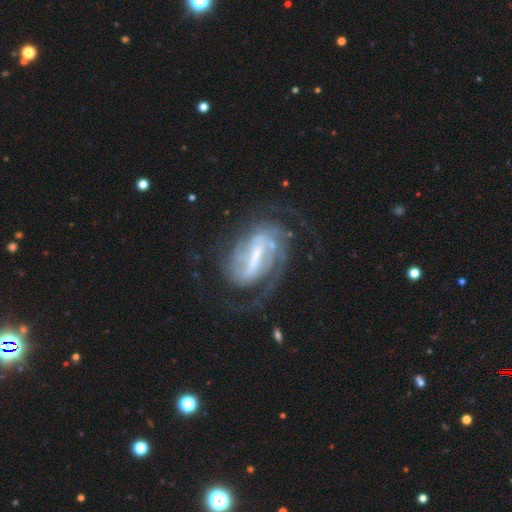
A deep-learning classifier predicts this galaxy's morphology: Overall: featured or disk (87%). Edge-on disk: no (96%). Bar: strong (64%; weak 28%). Spiral arms: yes (95%). Spiral arm count: 2 (58%). Spiral winding: medium (43%; tight 42%). Bulge size: small (41%; moderate 29%). Merging: none (62%).